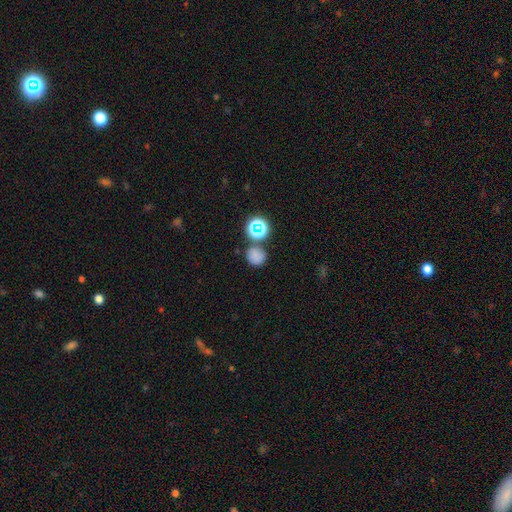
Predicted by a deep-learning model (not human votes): Smooth or featured: smooth — 70% (star or artifact — 22%)
How rounded: round — 82% (in between — 17%)
Merging: none — 68% (merger — 15%)